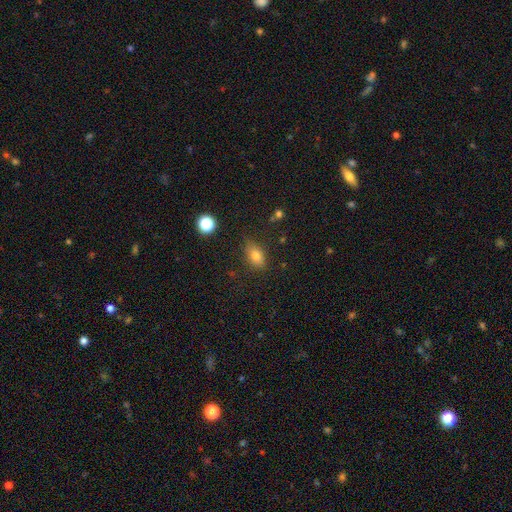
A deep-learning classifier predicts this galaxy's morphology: A smooth galaxy with no disk features (76%) that is in between round and cigar-shaped (79%).

Vote fractions:
- Smooth or featured? smooth: 76% / star or artifact: 12% / featured or disk: 12%
- How rounded? in between: 79% / round: 16% / cigar-shaped: 4%
- Merging? none: 80% / minor disturbance: 15% / major disturbance: 4% / merger: 2%